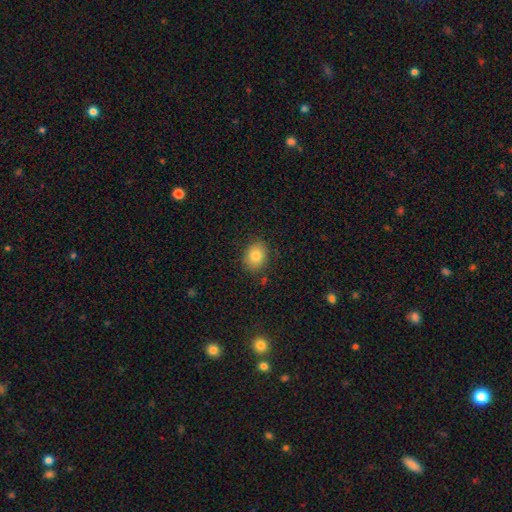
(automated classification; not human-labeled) Smooth or featured?
  - smooth: 81% *
  - star or artifact: 10%
  - featured or disk: 9%
How rounded?
  - round: 53% *
  - in between: 46%
  - cigar-shaped: 1%
Merging?
  - none: 84% *
  - minor disturbance: 11%
  - major disturbance: 3%
  - merger: 2%